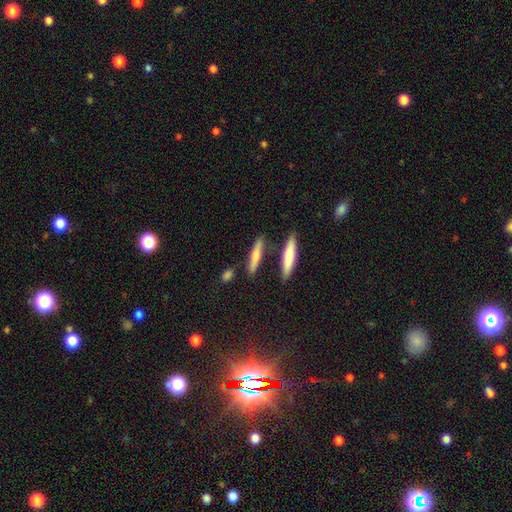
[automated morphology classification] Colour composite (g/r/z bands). It shows a smooth galaxy with no disk features (63%) that is cigar-shaped (84%). Merging: none (78%).